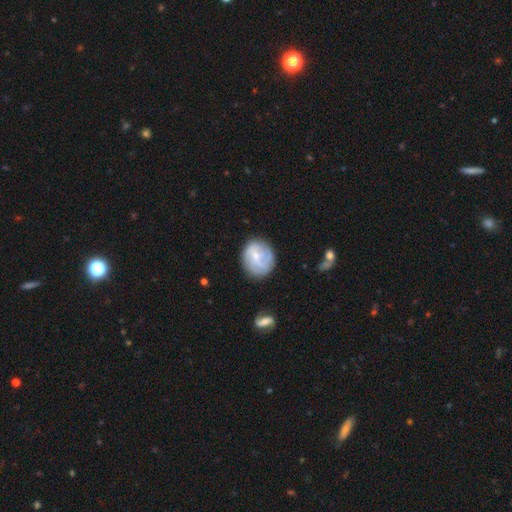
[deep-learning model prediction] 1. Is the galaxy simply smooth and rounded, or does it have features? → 65% featured or disk, 29% smooth, 7% star or artifact.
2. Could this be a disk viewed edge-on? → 97% no, 3% yes.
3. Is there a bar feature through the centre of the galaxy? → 52% no, 40% weak, 8% strong.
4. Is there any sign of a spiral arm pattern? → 83% yes, 17% no.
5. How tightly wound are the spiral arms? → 46% tight, 35% medium, 19% loose.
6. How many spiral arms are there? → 35% can't tell, 28% 2, 21% 3, 7% 4, 6% 1, 4% more than 4.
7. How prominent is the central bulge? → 69% small, 25% moderate, 4% none, 1% large, 1% dominant.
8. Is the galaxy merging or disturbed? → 72% none, 19% minor disturbance, 7% major disturbance, 2% merger.